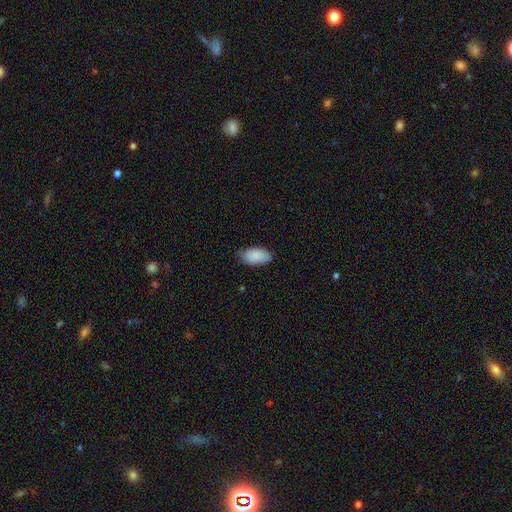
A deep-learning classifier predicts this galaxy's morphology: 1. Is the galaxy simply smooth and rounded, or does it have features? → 89% smooth, 6% star or artifact, 5% featured or disk.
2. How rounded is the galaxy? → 95% in between, 3% round, 2% cigar-shaped.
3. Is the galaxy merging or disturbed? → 76% none, 20% minor disturbance, 3% major disturbance, 1% merger.